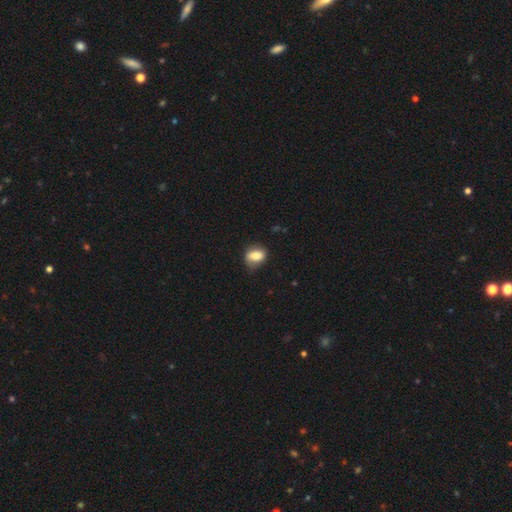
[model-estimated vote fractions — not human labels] A smooth galaxy with no disk features (78%) that is in between round and cigar-shaped (72%). Merging: none (64%).